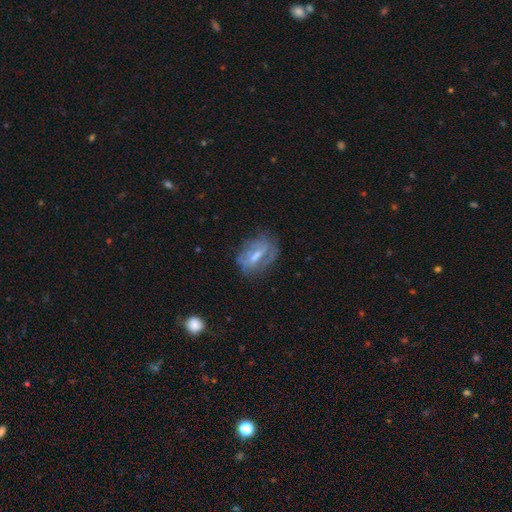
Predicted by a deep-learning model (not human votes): Smooth or featured? featured or disk (64%)
Edge-on disk? no (90%)
Bar? weak (42%)
Spiral arms? yes (58%)
Bulge size? moderate (45%)
Merging? none (61%)